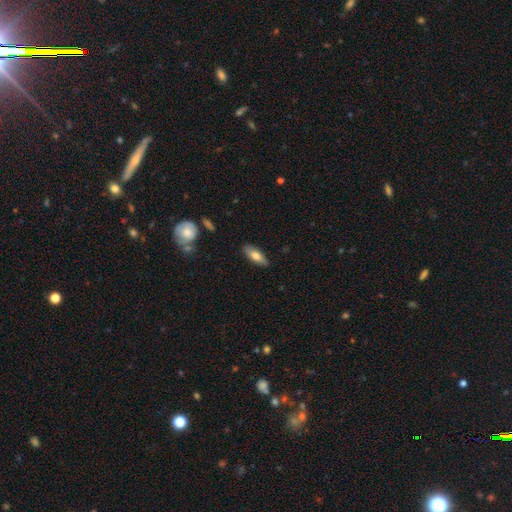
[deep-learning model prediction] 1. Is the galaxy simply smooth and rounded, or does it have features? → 70% smooth, 24% featured or disk, 6% star or artifact.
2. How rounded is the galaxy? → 70% in between, 28% cigar-shaped, 2% round.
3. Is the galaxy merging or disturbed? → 82% none, 14% minor disturbance, 2% major disturbance, 1% merger.